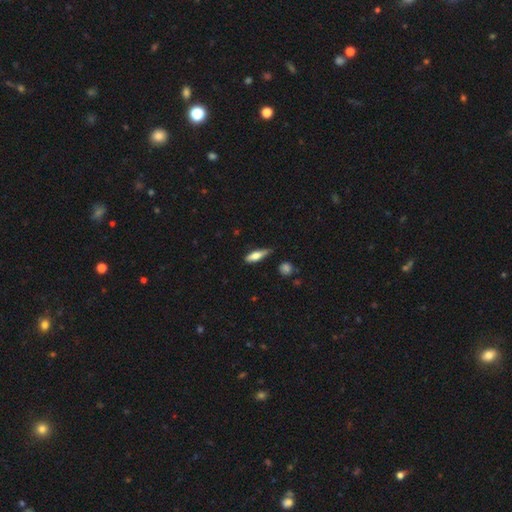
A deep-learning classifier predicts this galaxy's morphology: The model was most divided on "how rounded": cigar-shaped: 51%, in between: 46%, round: 3%. More confident: merging — none (72%); smooth or featured — smooth (63%).